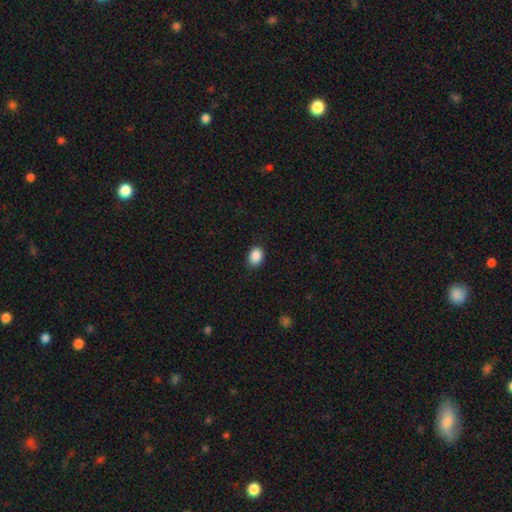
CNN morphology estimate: Smooth or featured? smooth (88%)
How rounded? in between (71%)
Merging? none (86%)